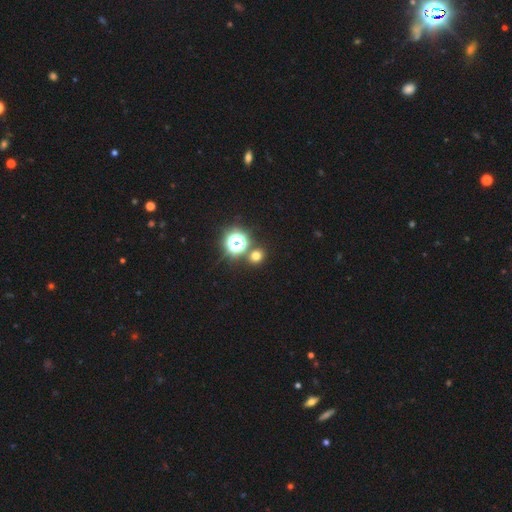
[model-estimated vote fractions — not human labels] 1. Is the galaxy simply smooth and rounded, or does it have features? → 66% smooth, 28% star or artifact, 6% featured or disk.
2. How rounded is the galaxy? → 83% round, 16% in between, 1% cigar-shaped.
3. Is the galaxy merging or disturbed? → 80% none, 10% merger, 7% minor disturbance, 3% major disturbance.